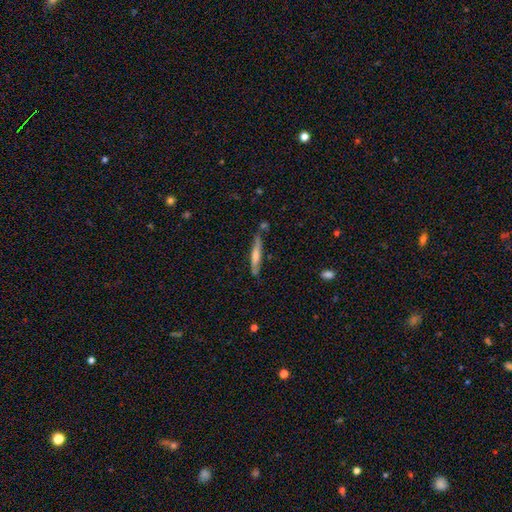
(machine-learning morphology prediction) Smooth or featured: smooth — 59% (featured or disk — 35%)
How rounded: cigar-shaped — 92% (in between — 7%)
Merging: none — 70% (minor disturbance — 19%)